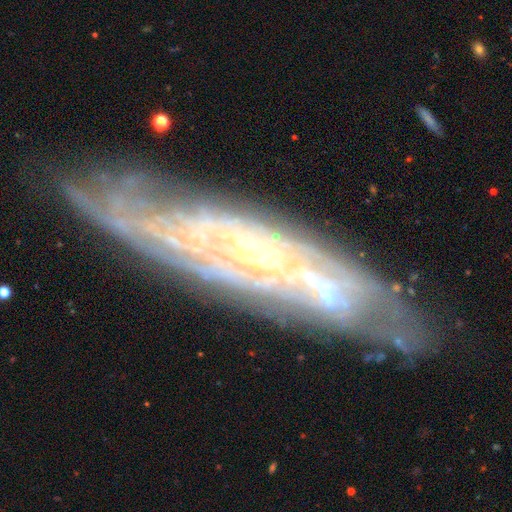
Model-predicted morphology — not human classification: The model was most divided on "bar": no: 60%, weak: 28%, strong: 12%. More confident: spiral arms — yes (92%); smooth or featured — featured or disk (84%); bulge size — small (76%); spiral winding — tight (71%); edge-on disk — no (71%); merging — none (67%); spiral arm count — can't tell (56%).